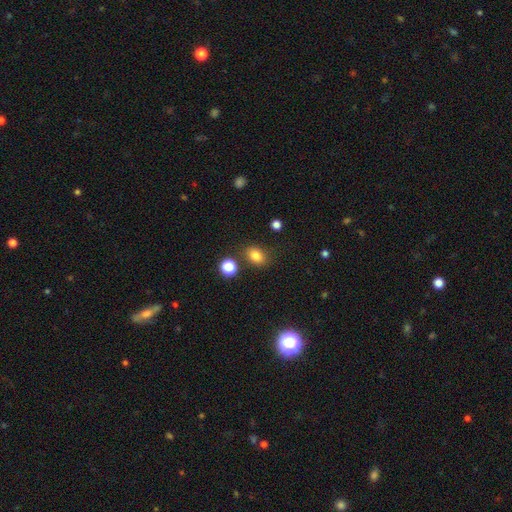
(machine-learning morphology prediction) Q: Smooth or featured?
A: smooth (81%); runner-up: star or artifact (12%)
Q: How rounded?
A: in between (63%); runner-up: round (35%)
Q: Merging?
A: none (78%); runner-up: minor disturbance (12%)